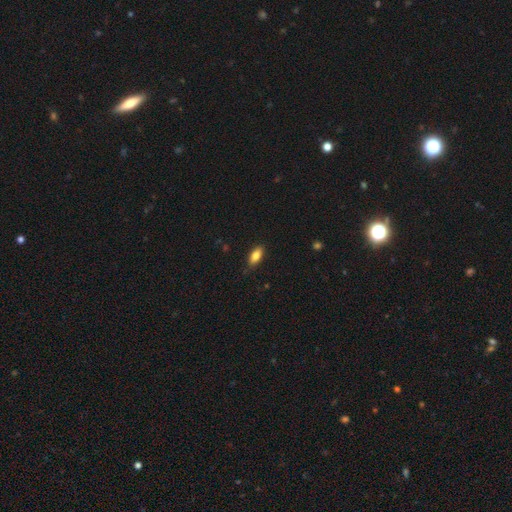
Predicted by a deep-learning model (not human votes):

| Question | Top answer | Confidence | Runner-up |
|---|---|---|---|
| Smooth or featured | smooth | 83% | featured or disk (9%) |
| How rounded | in between | 87% | cigar-shaped (10%) |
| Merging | none | 84% | minor disturbance (13%) |